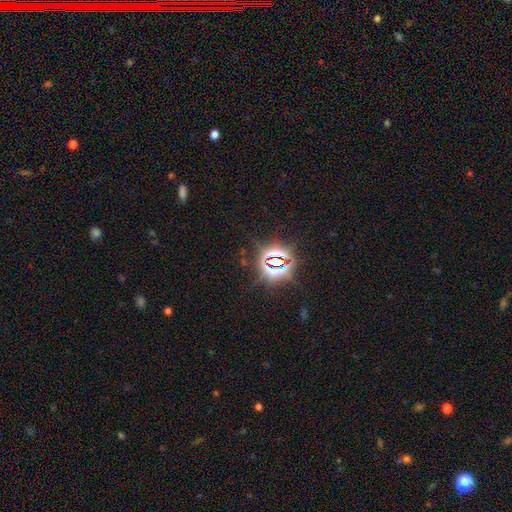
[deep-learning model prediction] smooth-or-featured: star or artifact: 81% | smooth: 11% | featured or disk: 8%